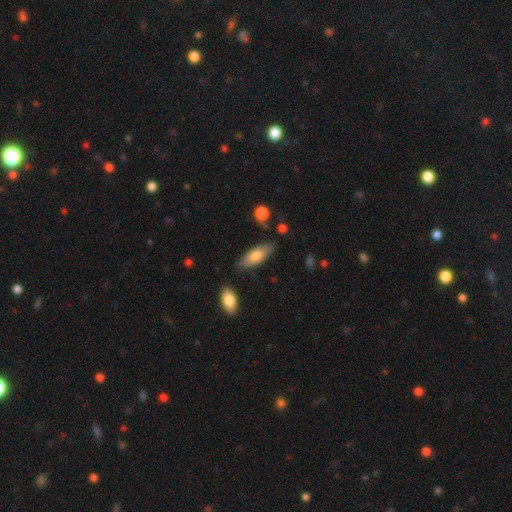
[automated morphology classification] smooth_or_featured: smooth (p=0.73) [alt: featured or disk p=0.22]
how_rounded: in between (p=0.71) [alt: cigar-shaped p=0.27]
merging: none (p=0.78) [alt: minor disturbance p=0.15]